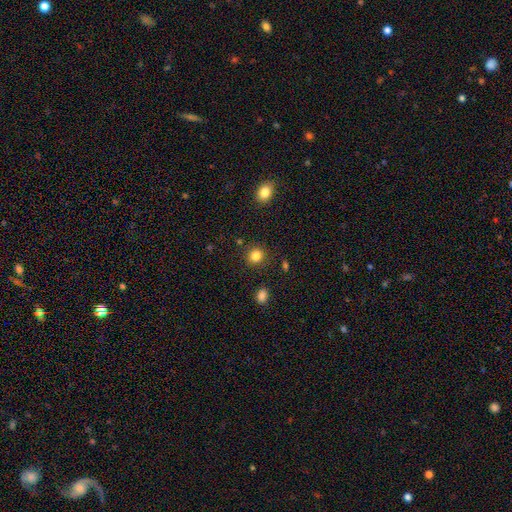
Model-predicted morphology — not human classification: Smooth or featured?
  - smooth: 84% *
  - star or artifact: 11%
  - featured or disk: 5%
How rounded?
  - round: 85% *
  - in between: 14%
  - cigar-shaped: 1%
Merging?
  - none: 89% *
  - minor disturbance: 7%
  - major disturbance: 2%
  - merger: 2%